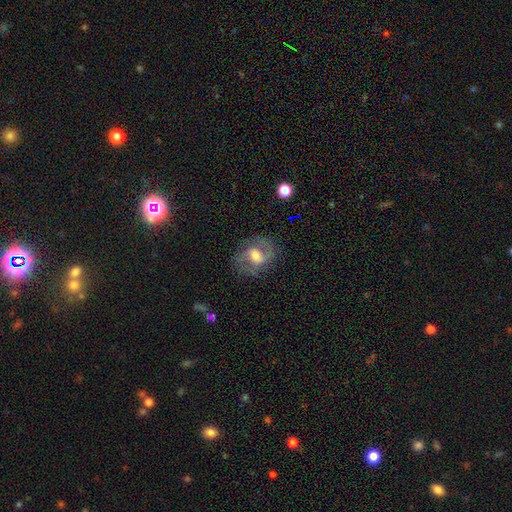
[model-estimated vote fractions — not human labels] This is likely a featured or disk galaxy (66%). It is clearly not viewed edge-on (96%). Bar: possibly weak (48%). Spiral arm pattern: likely yes (79%). Spiral arm count: likely 2 (80%). Spiral winding: possibly medium (50%). Central bulge: likely moderate (62%). Merging: likely none (76%).